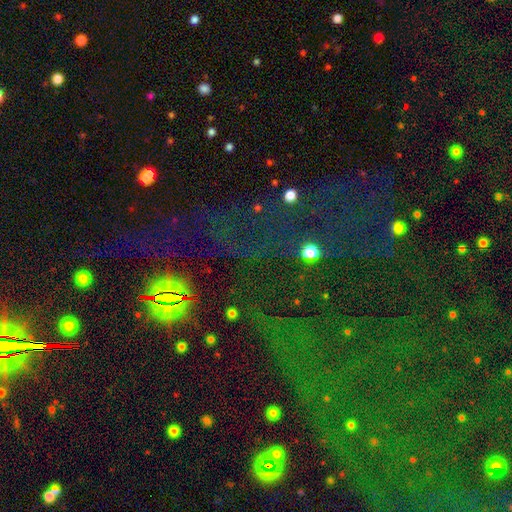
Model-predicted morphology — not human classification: This is clearly a star or artifact rather than a galaxy (81%).